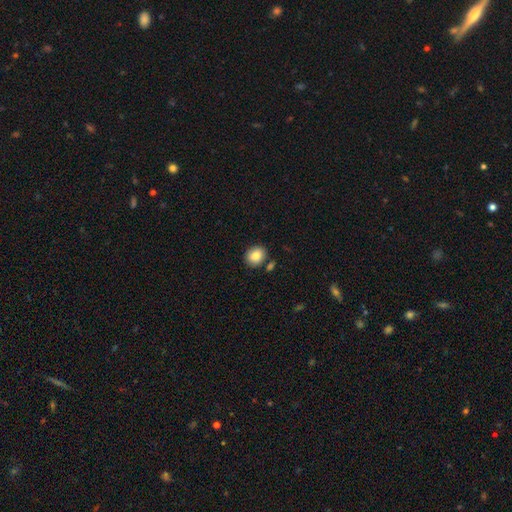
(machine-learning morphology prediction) Q: Smooth or featured?
A: smooth (83%); runner-up: star or artifact (9%)
Q: How rounded?
A: round (74%); runner-up: in between (25%)
Q: Merging?
A: none (79%); runner-up: minor disturbance (10%)